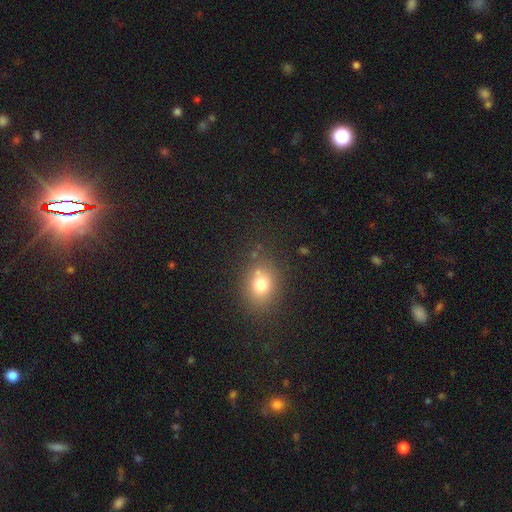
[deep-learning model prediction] smooth_or_featured: smooth (p=0.64) [alt: star or artifact p=0.27]
how_rounded: in between (p=0.54) [alt: round p=0.44]
merging: none (p=0.85) [alt: minor disturbance p=0.10]